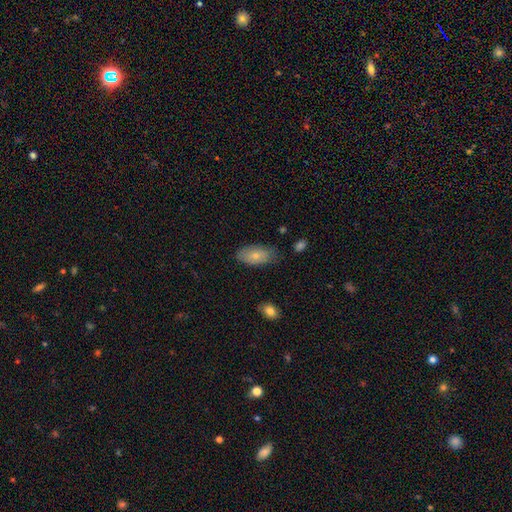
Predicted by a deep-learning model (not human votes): Q: Smooth or featured?
A: smooth (75%); runner-up: featured or disk (18%)
Q: How rounded?
A: in between (93%); runner-up: round (4%)
Q: Merging?
A: none (74%); runner-up: minor disturbance (21%)